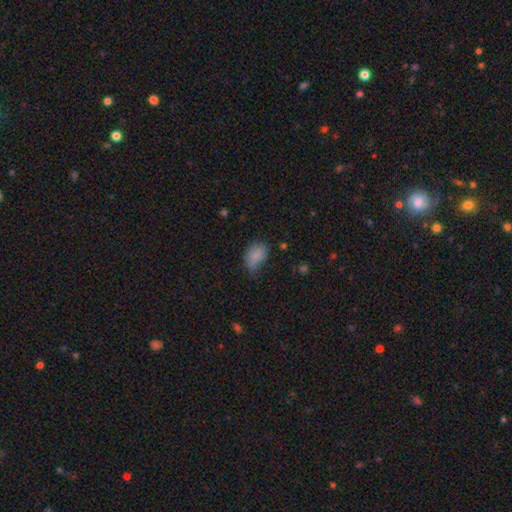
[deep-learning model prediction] A smooth galaxy with no disk features (82%) that is in between round and cigar-shaped (87%).

Vote fractions:
- Smooth or featured? smooth: 82% / star or artifact: 10% / featured or disk: 8%
- How rounded? in between: 87% / round: 11% / cigar-shaped: 1%
- Merging? none: 51% / minor disturbance: 37% / major disturbance: 10% / merger: 2%